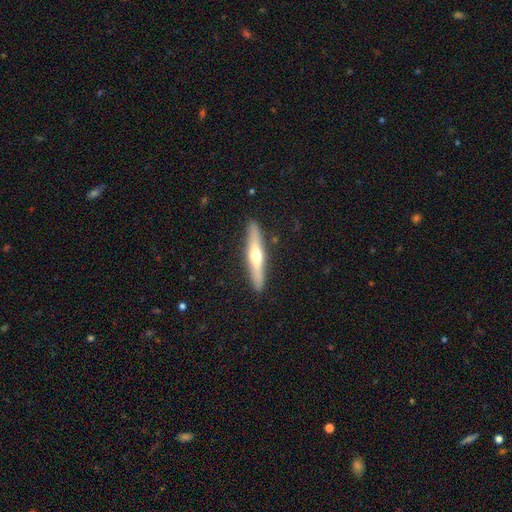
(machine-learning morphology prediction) A featured or disk galaxy (55%) viewed edge-on (94%) with a rounded central bulge (87%). Merging: none (90%).